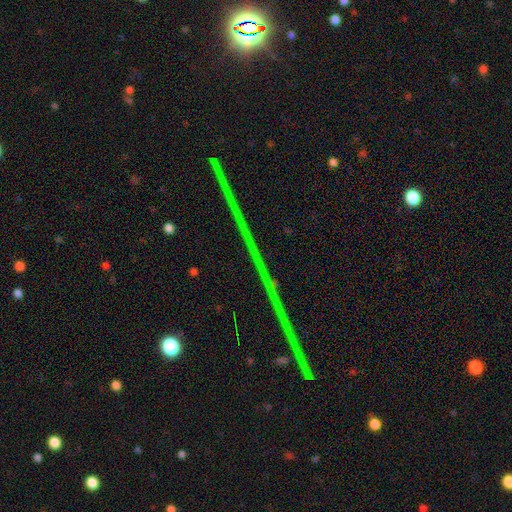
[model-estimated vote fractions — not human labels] smooth-or-featured: star or artifact: 81% | featured or disk: 13% | smooth: 6%